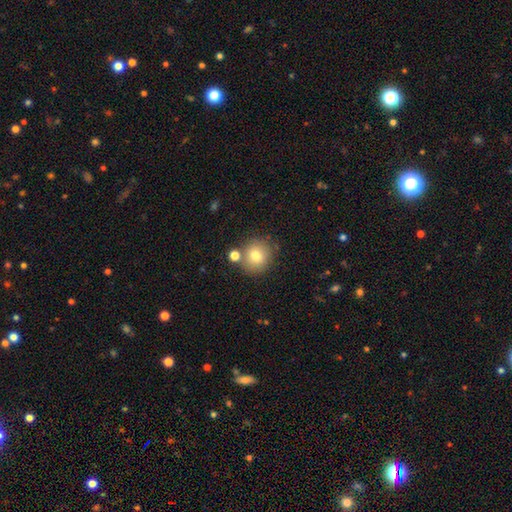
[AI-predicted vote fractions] Morphology: type=smooth (76%); roundness=round (87%); merging=none (73%).